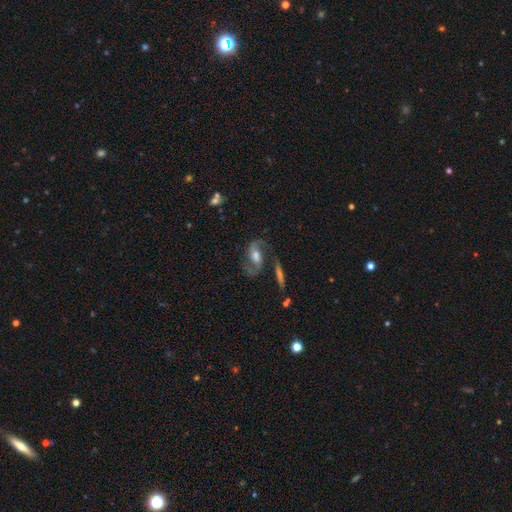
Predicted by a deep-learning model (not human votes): Smooth or featured? Predicted: featured or disk (p=0.82). Edge-on disk? Predicted: no (p=0.95). Bar? Predicted: weak (p=0.42). Spiral arms? Predicted: yes (p=0.95). Spiral winding? Predicted: medium (p=0.49). Spiral arm count? Predicted: 2 (p=0.91). Bulge size? Predicted: moderate (p=0.61). Merging? Predicted: none (p=0.68).